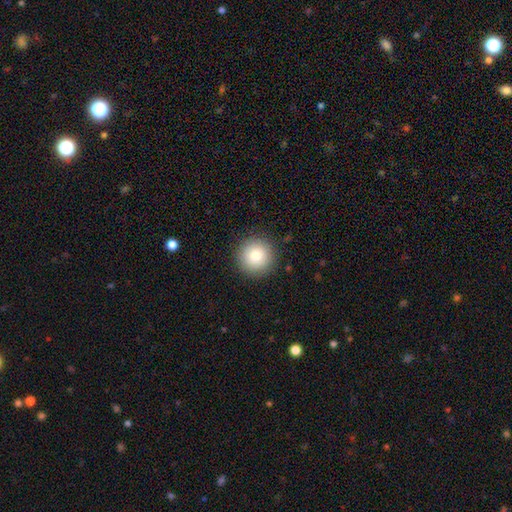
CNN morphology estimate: Smooth or featured: smooth — 83% (star or artifact — 9%)
How rounded: round — 96% (in between — 3%)
Merging: none — 90% (minor disturbance — 7%)